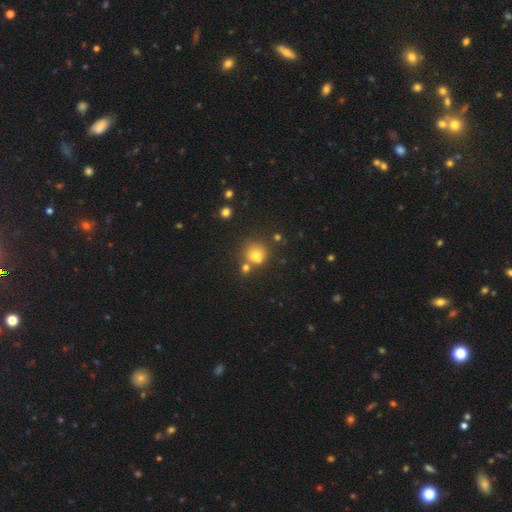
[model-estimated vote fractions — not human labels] The model was most divided on "merging": none: 59%, merger: 24%, minor disturbance: 13%, major disturbance: 4%. More confident: how rounded — round (85%); smooth or featured — smooth (74%).